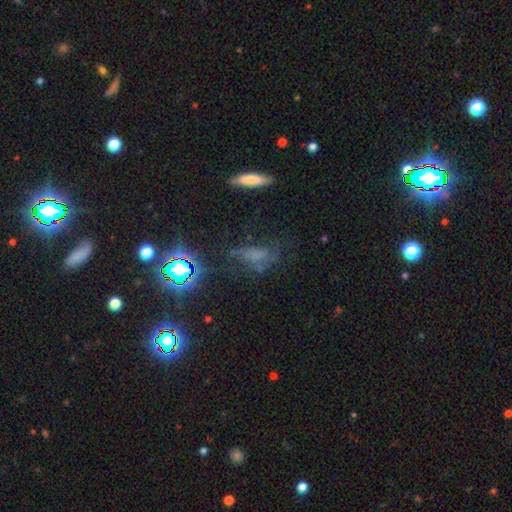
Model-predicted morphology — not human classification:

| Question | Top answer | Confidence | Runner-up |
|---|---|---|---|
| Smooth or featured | smooth | 37% | star or artifact (33%) |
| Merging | none | 47% | major disturbance (24%) |